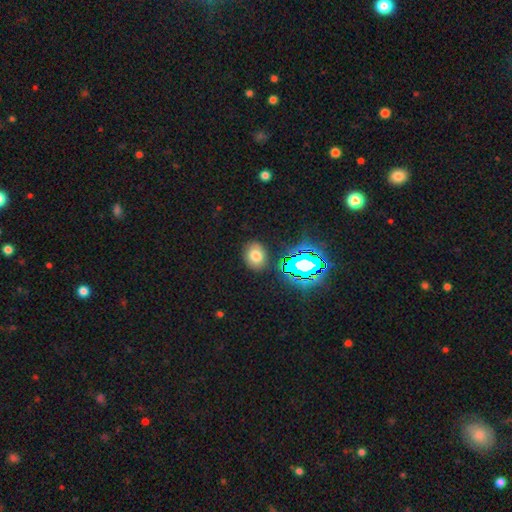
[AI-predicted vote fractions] smooth-or-featured: smooth: 71% | star or artifact: 20% | featured or disk: 9%
  how-rounded: round: 54% | in between: 45% | cigar-shaped: 1%
  merging: none: 84% | minor disturbance: 10% | major disturbance: 3% | merger: 3%